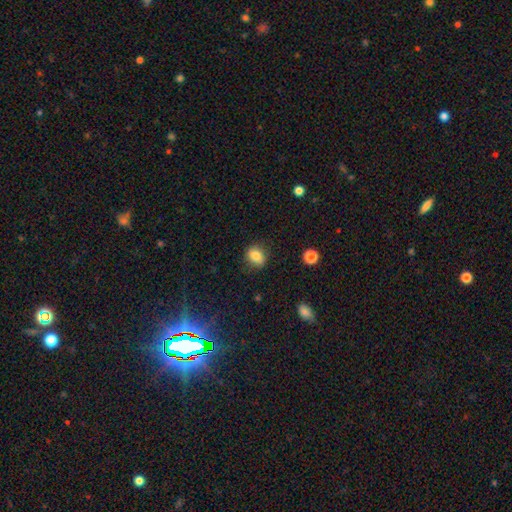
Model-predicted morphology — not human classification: Smooth or featured? smooth (82%)
How rounded? round (55%)
Merging? none (81%)